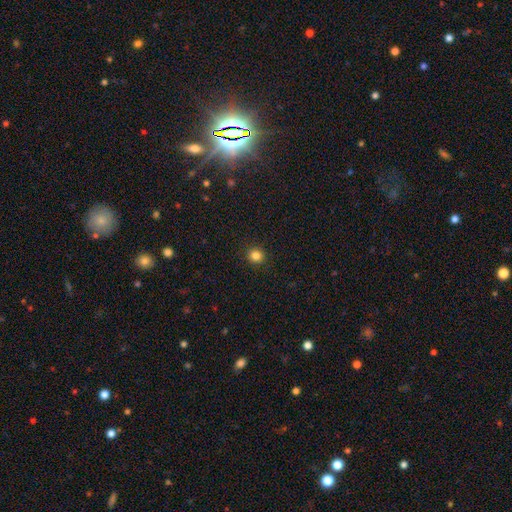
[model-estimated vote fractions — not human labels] Morphology: type=smooth (83%); roundness=round (90%); merging=none (92%).